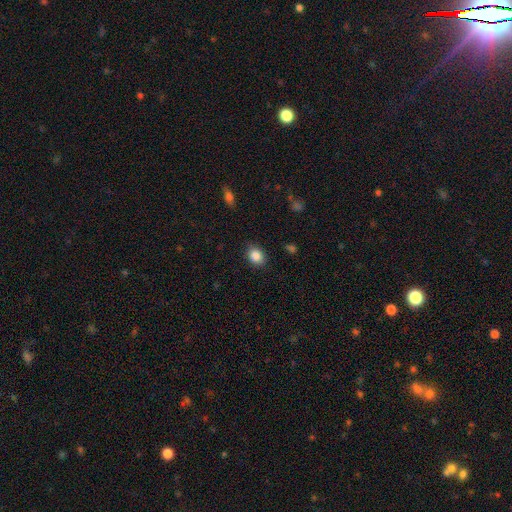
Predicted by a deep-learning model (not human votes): smooth-or-featured: smooth: 87% | star or artifact: 9% | featured or disk: 5%
  how-rounded: in between: 54% | round: 45% | cigar-shaped: 1%
  merging: none: 86% | minor disturbance: 10% | major disturbance: 3% | merger: 1%